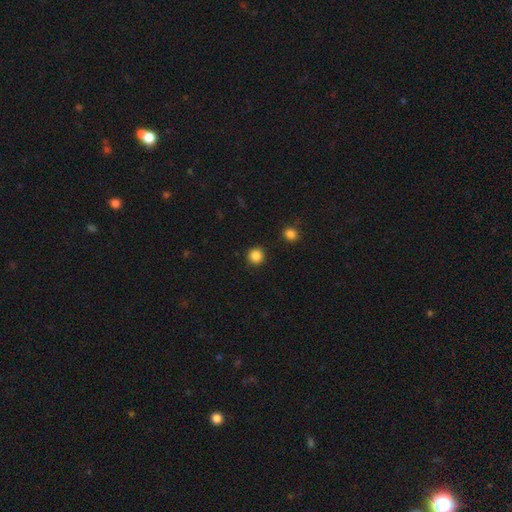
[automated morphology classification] A smooth galaxy with no disk features (86%) that is round (94%).

Vote fractions:
- Smooth or featured? smooth: 86% / star or artifact: 11% / featured or disk: 3%
- How rounded? round: 94% / in between: 5% / cigar-shaped: 1%
- Merging? none: 92% / minor disturbance: 5% / major disturbance: 2% / merger: 1%